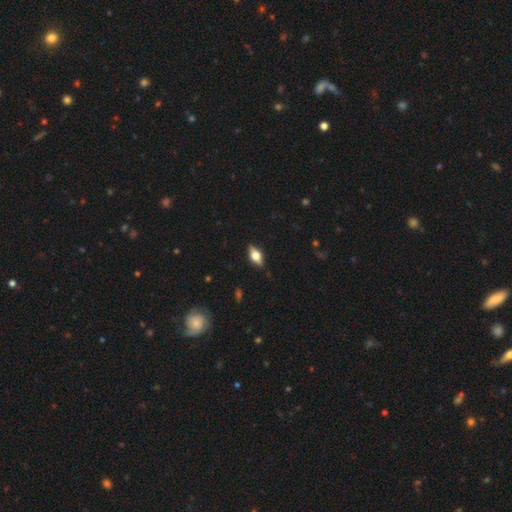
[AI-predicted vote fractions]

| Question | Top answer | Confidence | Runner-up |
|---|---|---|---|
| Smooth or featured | featured or disk | 51% | smooth (41%) |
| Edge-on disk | yes | 90% | no (10%) |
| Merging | none | 85% | minor disturbance (11%) |